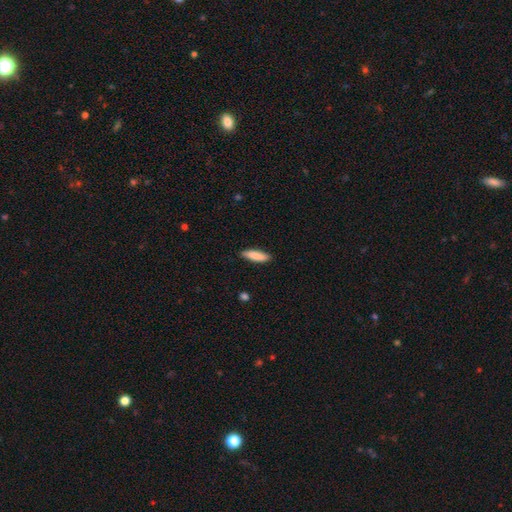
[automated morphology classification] smooth 86%, featured or disk 8%, star or artifact 6%. Down the decision tree: how rounded — cigar-shaped (67%); merging — none (87%).